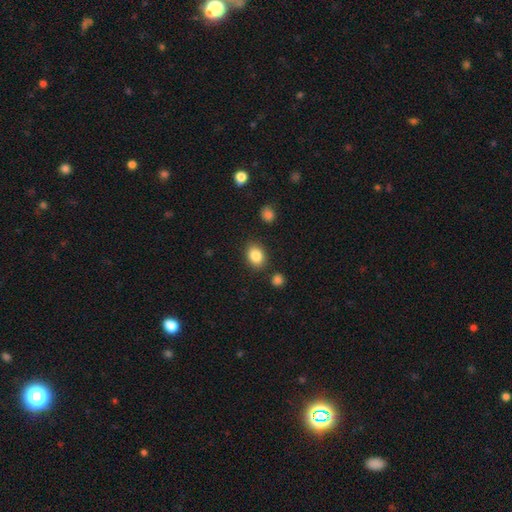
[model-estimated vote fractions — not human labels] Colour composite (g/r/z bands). It shows a smooth galaxy with no disk features (86%) that is in between round and cigar-shaped (62%). Merging: none (84%).